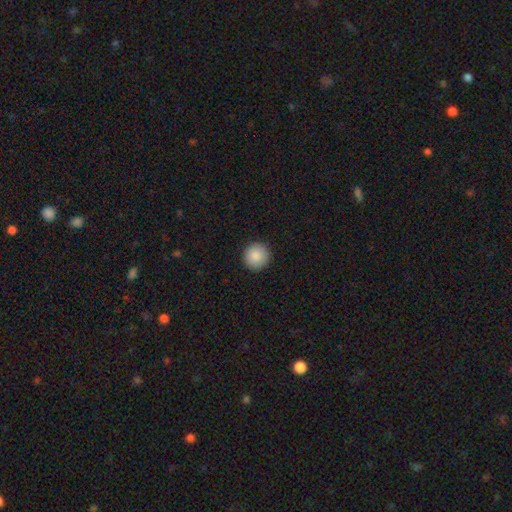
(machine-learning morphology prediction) Smooth or featured? smooth (88%)
How rounded? round (95%)
Merging? none (93%)